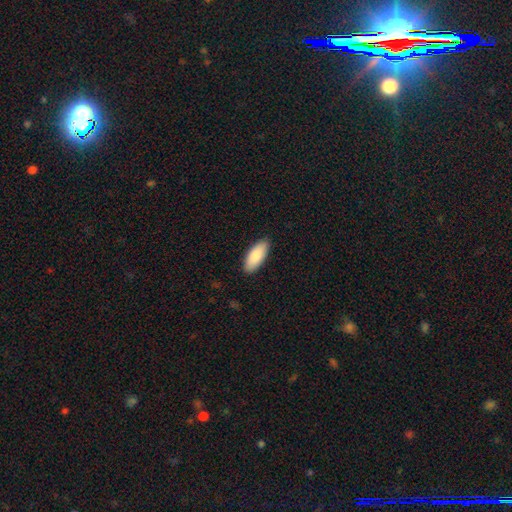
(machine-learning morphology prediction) Smooth or featured? smooth (86%)
How rounded? in between (85%)
Merging? none (88%)